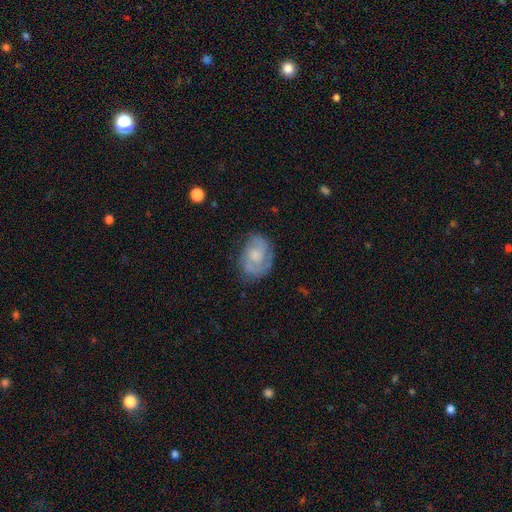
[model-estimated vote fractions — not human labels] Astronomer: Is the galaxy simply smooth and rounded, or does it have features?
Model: featured or disk — 69%.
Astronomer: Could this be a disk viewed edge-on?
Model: no — 97%.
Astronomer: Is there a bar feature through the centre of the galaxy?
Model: no — 66%.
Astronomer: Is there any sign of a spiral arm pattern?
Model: yes — 89%.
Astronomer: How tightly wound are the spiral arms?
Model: tight — 45% (runner-up: medium, 41%).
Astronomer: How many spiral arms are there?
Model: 2 — 56%.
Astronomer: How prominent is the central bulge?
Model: small — 38% (runner-up: moderate, 37%).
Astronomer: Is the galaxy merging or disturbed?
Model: none — 68%.